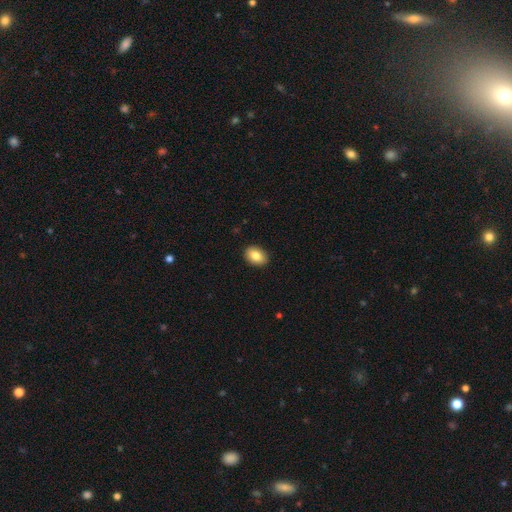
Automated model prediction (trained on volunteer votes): Q: Smooth or featured?
A: smooth (84%); runner-up: star or artifact (8%)
Q: How rounded?
A: in between (78%); runner-up: round (21%)
Q: Merging?
A: none (91%); runner-up: minor disturbance (7%)